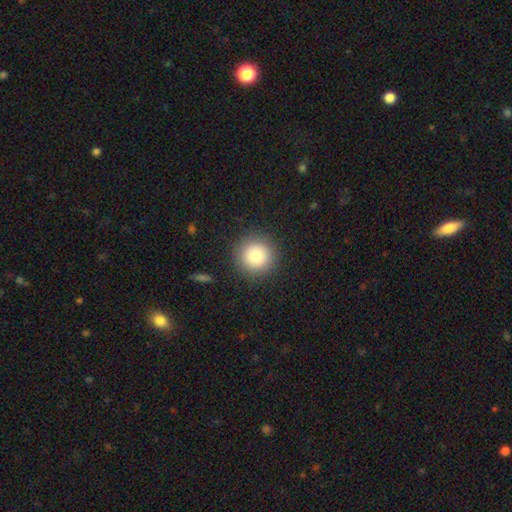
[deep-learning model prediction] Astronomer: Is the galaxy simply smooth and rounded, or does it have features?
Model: smooth — 81%.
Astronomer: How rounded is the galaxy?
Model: round — 95%.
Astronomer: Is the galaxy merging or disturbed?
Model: none — 90%.